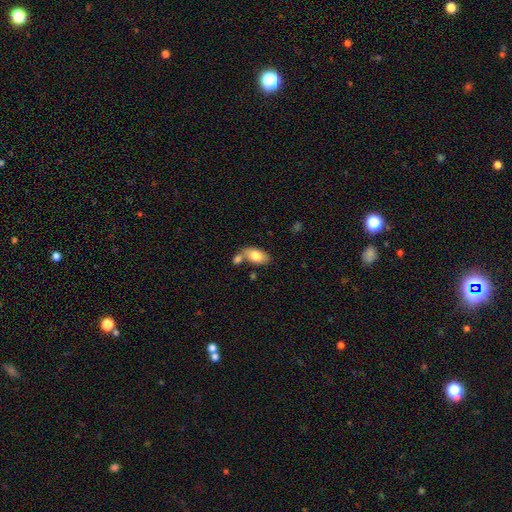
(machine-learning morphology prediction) The model was most divided on "merging": none: 46%, merger: 36%, minor disturbance: 14%, major disturbance: 5%. More confident: how rounded — in between (92%); smooth or featured — smooth (78%).